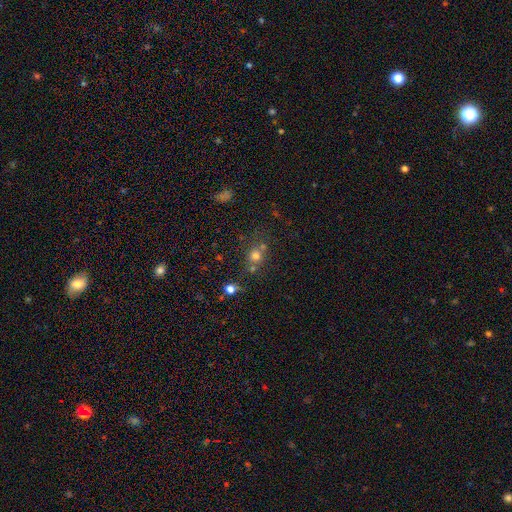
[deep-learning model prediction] Smooth or featured: smooth — 70% (star or artifact — 19%)
How rounded: round — 80% (in between — 18%)
Merging: none — 57% (merger — 25%)